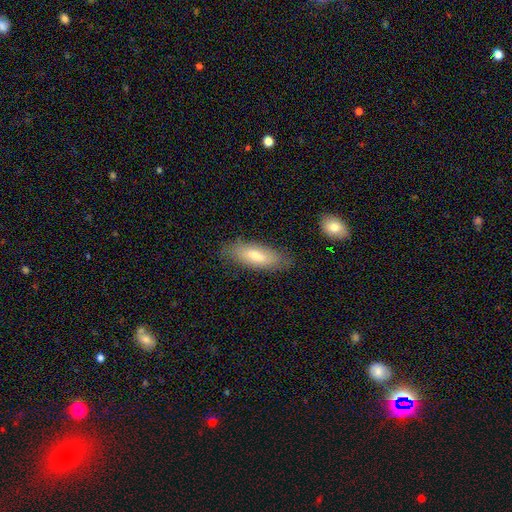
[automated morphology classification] Overall: smooth (71%). How rounded: in between (62%; cigar-shaped 36%). Merging: none (80%).